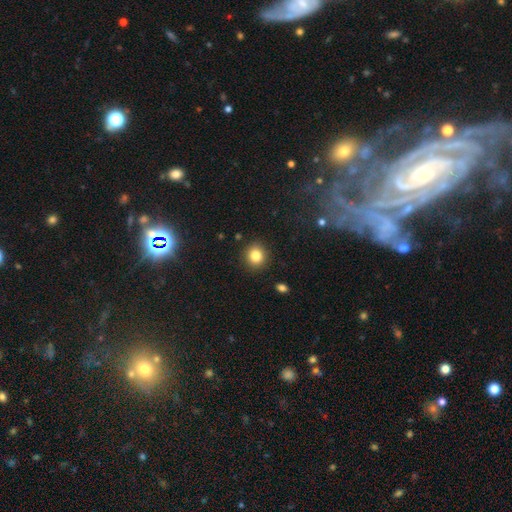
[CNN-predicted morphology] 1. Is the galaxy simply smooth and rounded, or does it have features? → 84% smooth, 11% star or artifact, 6% featured or disk.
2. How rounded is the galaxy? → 86% round, 14% in between, 1% cigar-shaped.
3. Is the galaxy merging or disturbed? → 90% none, 7% minor disturbance, 2% major disturbance, 1% merger.